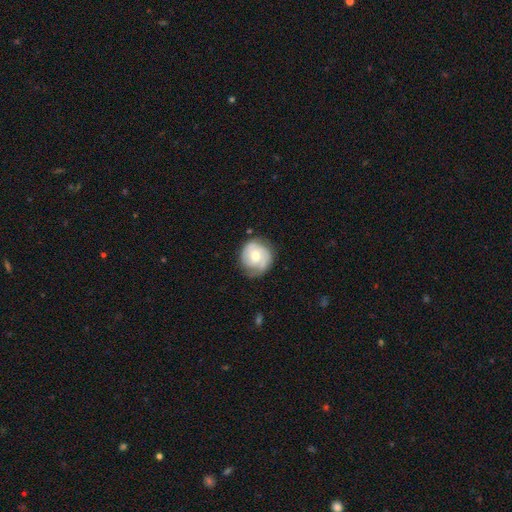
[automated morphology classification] A featured or disk galaxy (66%) with no bar (66%), 2 (44%) tight (56%) spiral arms (88%) and a moderate central bulge (60%). Merging: none (69%).